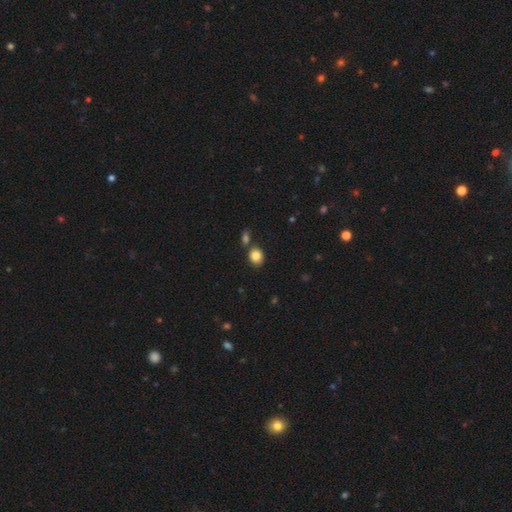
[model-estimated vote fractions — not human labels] A smooth galaxy with no disk features (85%) that is round (59%).

Vote fractions:
- Smooth or featured? smooth: 85% / star or artifact: 9% / featured or disk: 5%
- How rounded? round: 59% / in between: 40% / cigar-shaped: 1%
- Merging? none: 68% / merger: 18% / minor disturbance: 11% / major disturbance: 3%